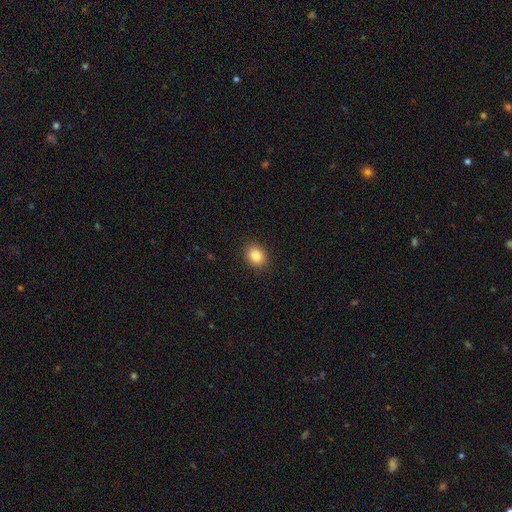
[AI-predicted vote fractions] Overall: smooth (84%). How rounded: round (57%; in between 42%). Merging: none (90%).